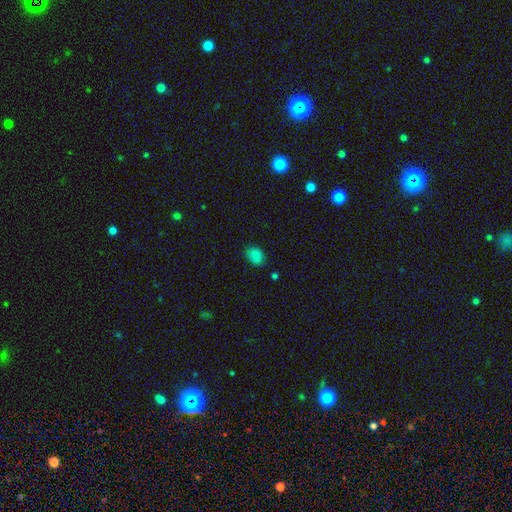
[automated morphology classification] This is clearly a smooth galaxy (83%). How rounded: likely in between (69%). Merging: likely none (75%).